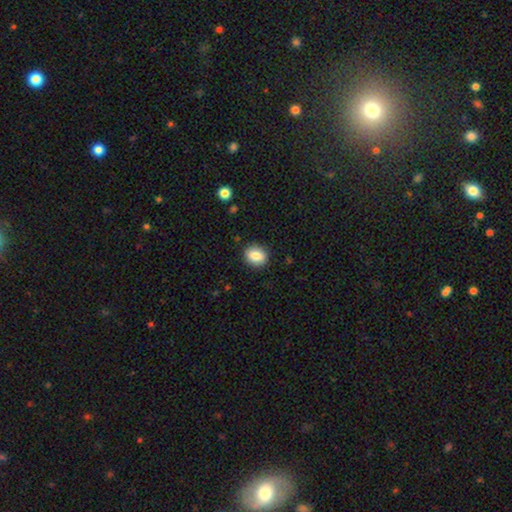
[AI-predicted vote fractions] smooth-or-featured: smooth: 86% | star or artifact: 8% | featured or disk: 6%
  how-rounded: round: 52% | in between: 46% | cigar-shaped: 1%
  merging: none: 89% | minor disturbance: 8% | major disturbance: 2% | merger: 1%